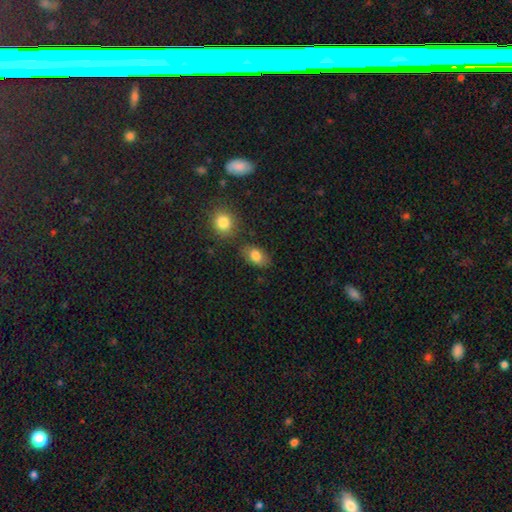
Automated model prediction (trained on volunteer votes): smooth-or-featured: smooth: 82% | featured or disk: 10% | star or artifact: 9%
  how-rounded: in between: 84% | round: 14% | cigar-shaped: 2%
  merging: none: 75% | minor disturbance: 14% | merger: 7% | major disturbance: 4%